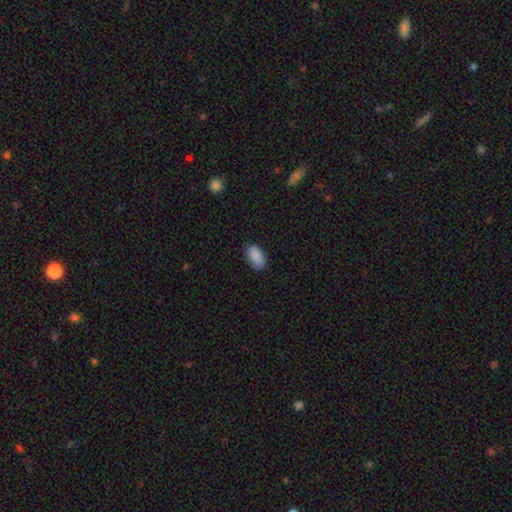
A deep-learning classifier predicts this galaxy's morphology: A smooth galaxy with no disk features (89%) that is in between round and cigar-shaped (93%). Merging: none (79%).